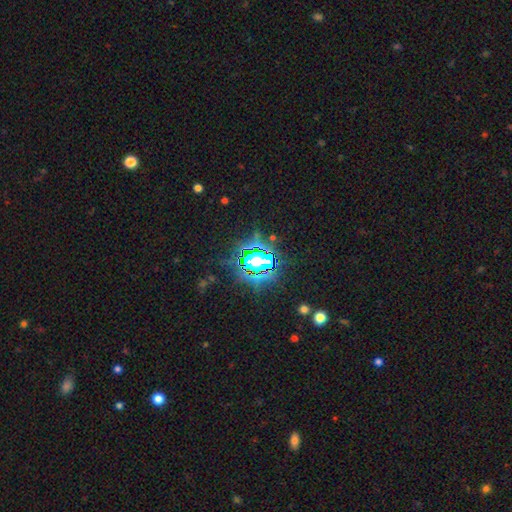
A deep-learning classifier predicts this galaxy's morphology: star or artifact 82%, smooth 10%, featured or disk 7%.